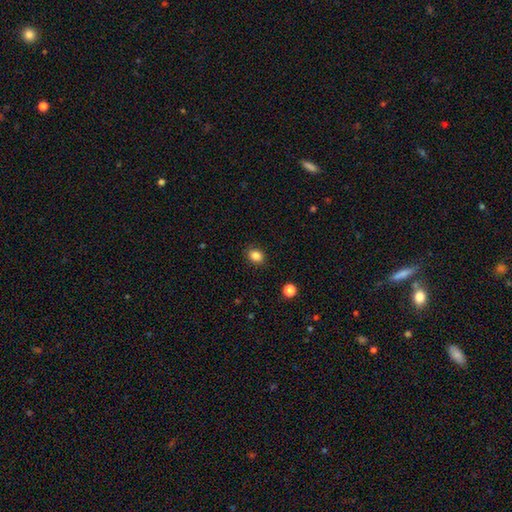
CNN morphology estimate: smooth-or-featured: smooth: 85% | star or artifact: 11% | featured or disk: 4%
  how-rounded: round: 50% | in between: 49% | cigar-shaped: 1%
  merging: none: 89% | minor disturbance: 8% | major disturbance: 2% | merger: 1%